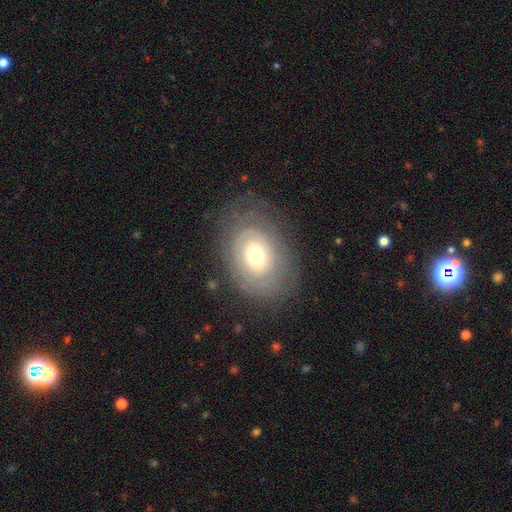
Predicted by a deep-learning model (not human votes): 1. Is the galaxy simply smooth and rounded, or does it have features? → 53% featured or disk, 38% smooth, 8% star or artifact.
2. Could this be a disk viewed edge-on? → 94% no, 6% yes.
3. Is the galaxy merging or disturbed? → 75% none, 16% minor disturbance, 8% major disturbance, 1% merger.